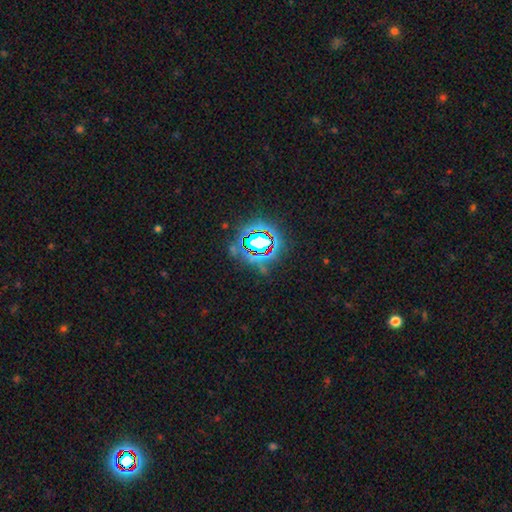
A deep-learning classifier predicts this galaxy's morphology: Smooth or featured? star or artifact (81%)